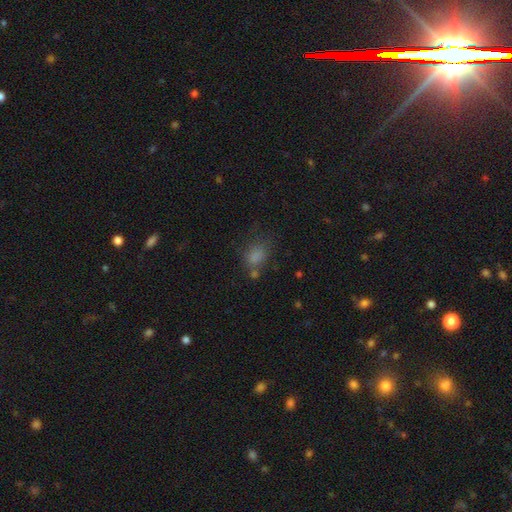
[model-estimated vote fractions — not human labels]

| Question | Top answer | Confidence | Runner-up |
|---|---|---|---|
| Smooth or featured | smooth | 77% | star or artifact (15%) |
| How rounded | in between | 69% | round (29%) |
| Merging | none | 53% | minor disturbance (21%) |